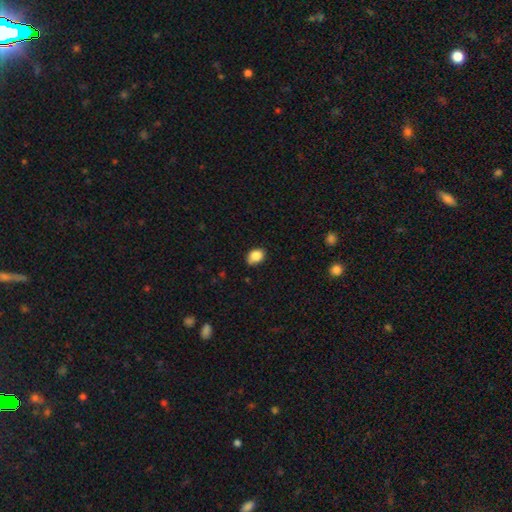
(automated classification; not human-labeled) Overall: smooth (86%). How rounded: in between (62%; round 37%). Merging: none (73%).